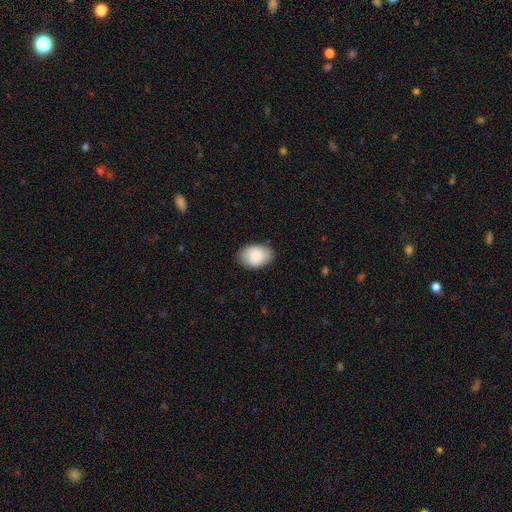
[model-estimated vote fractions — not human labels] Q: Smooth or featured?
A: smooth (82%); runner-up: featured or disk (11%)
Q: How rounded?
A: in between (83%); runner-up: round (16%)
Q: Merging?
A: none (77%); runner-up: minor disturbance (18%)